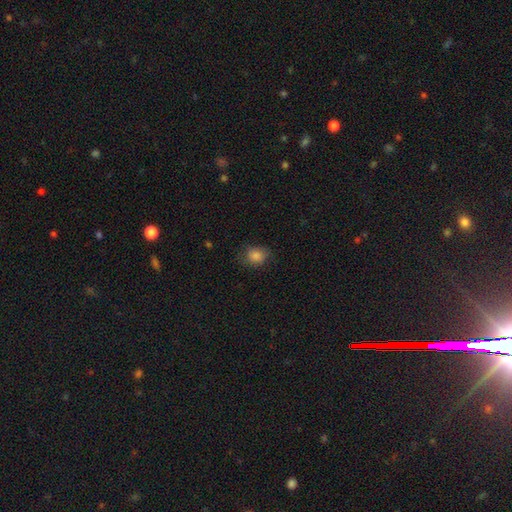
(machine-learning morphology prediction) Smooth or featured?
  - smooth: 84% *
  - star or artifact: 11%
  - featured or disk: 6%
How rounded?
  - round: 60% *
  - in between: 39%
  - cigar-shaped: 1%
Merging?
  - none: 75% *
  - minor disturbance: 19%
  - major disturbance: 5%
  - merger: 1%